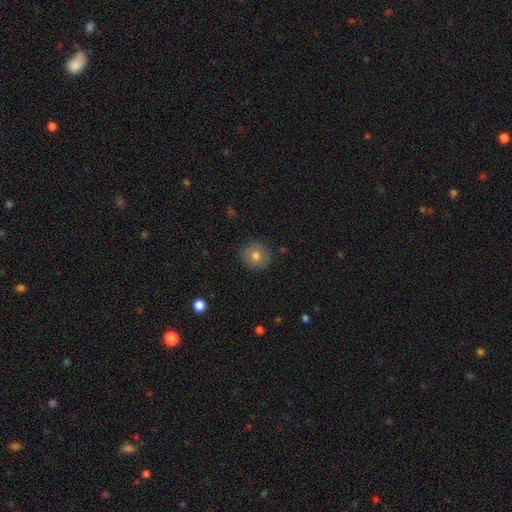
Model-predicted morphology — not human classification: Overall: smooth (77%). How rounded: round (91%). Merging: none (89%).